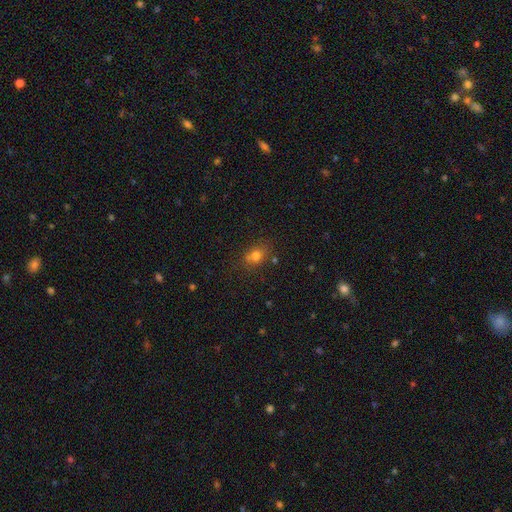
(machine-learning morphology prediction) Smooth or featured?
  - smooth: 72% *
  - star or artifact: 16%
  - featured or disk: 11%
How rounded?
  - round: 54% *
  - in between: 45%
  - cigar-shaped: 2%
Merging?
  - none: 65% *
  - minor disturbance: 17%
  - merger: 14%
  - major disturbance: 5%